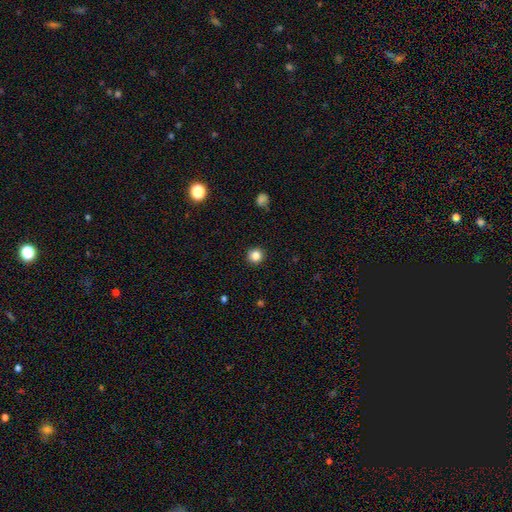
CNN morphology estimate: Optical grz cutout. It shows a smooth galaxy with no disk features (84%) that is round (93%). Merging: none (92%).